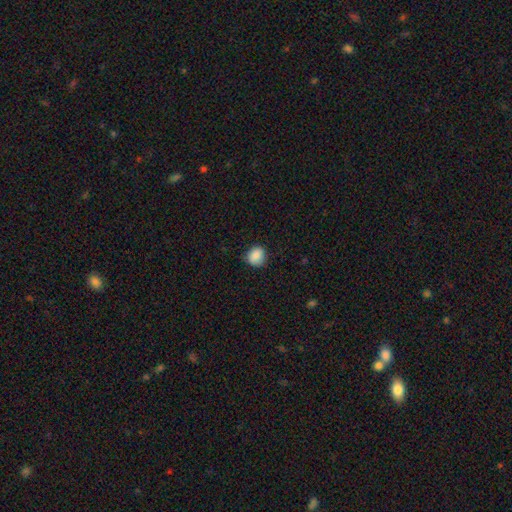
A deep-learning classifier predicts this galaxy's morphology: type=smooth (87%); roundness=round (76%); merging=none (80%).